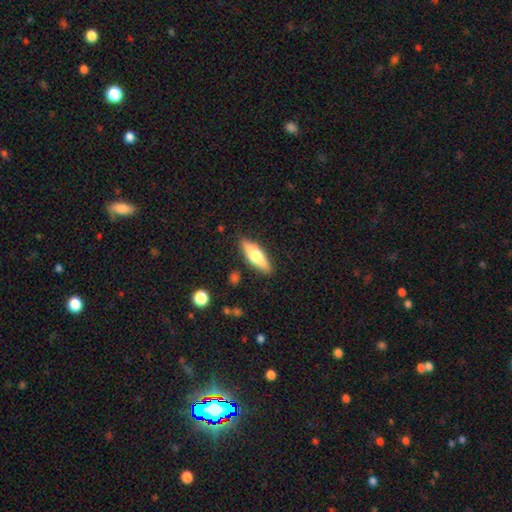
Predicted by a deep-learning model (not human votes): Overall: smooth (56%; featured or disk 38%). How rounded: cigar-shaped (54%; in between 44%). Merging: none (86%).